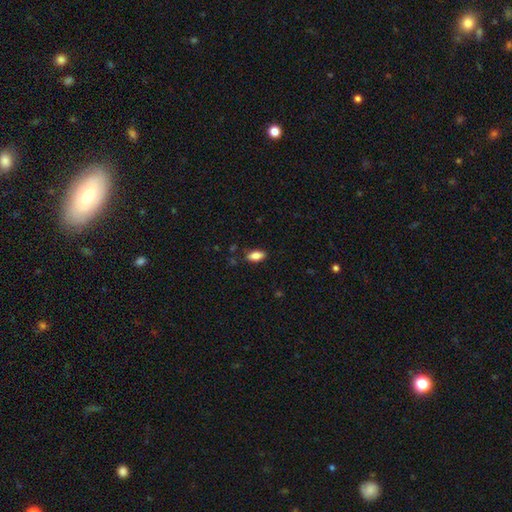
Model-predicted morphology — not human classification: The model was most divided on "merging": none: 83%, minor disturbance: 13%, major disturbance: 3%, merger: 2%. More confident: how rounded — in between (88%); smooth or featured — smooth (84%).